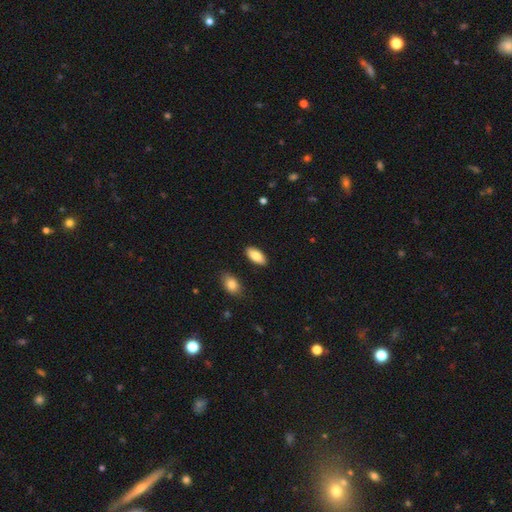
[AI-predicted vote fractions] This is clearly a smooth galaxy (84%). How rounded: clearly in between (90%). Merging: clearly none (88%).